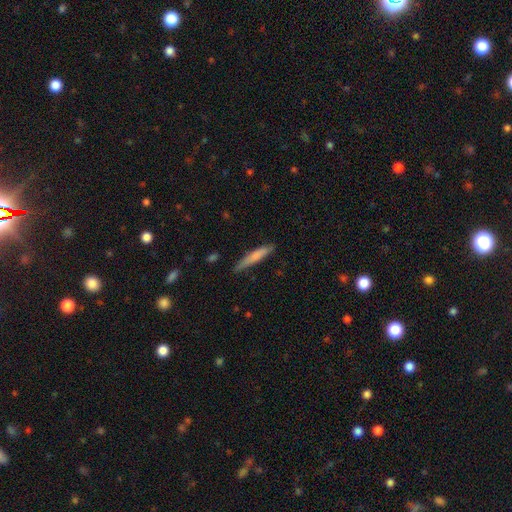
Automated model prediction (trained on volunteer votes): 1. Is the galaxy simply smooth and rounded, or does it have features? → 73% smooth, 22% featured or disk, 6% star or artifact.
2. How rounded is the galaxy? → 93% cigar-shaped, 6% in between, 1% round.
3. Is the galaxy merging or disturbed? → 79% none, 17% minor disturbance, 3% major disturbance, 2% merger.